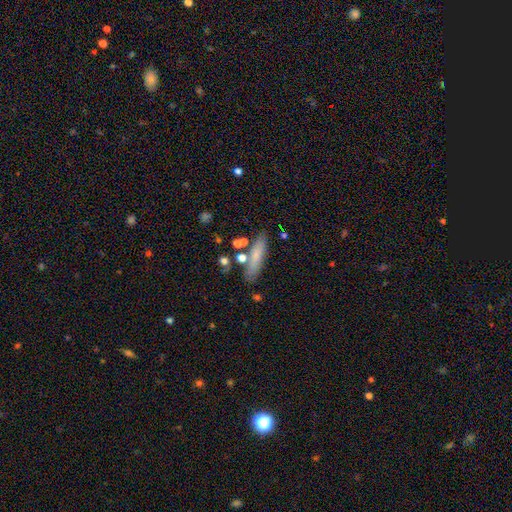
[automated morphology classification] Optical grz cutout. It shows a smooth galaxy with no disk features (72%) that is cigar-shaped (71%). Merging: none (75%).